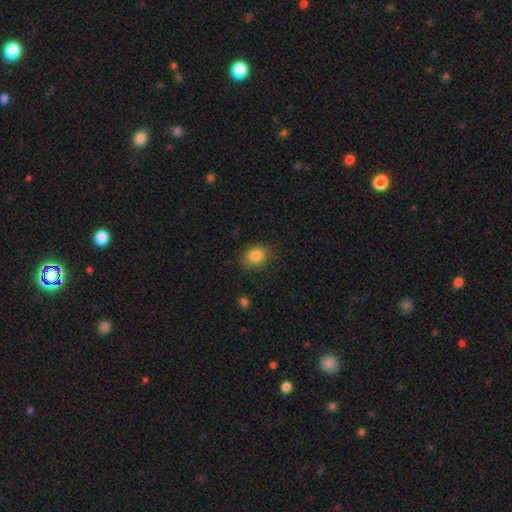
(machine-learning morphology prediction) A smooth galaxy with no disk features (85%) that is round (57%). Merging: none (81%).